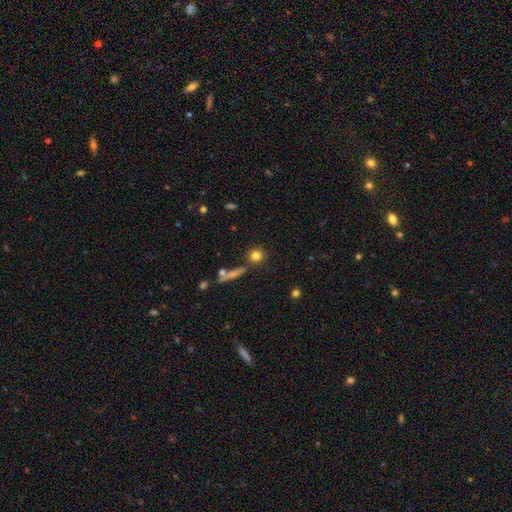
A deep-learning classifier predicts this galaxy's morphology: Smooth or featured? smooth (79%)
How rounded? round (89%)
Merging? none (80%)